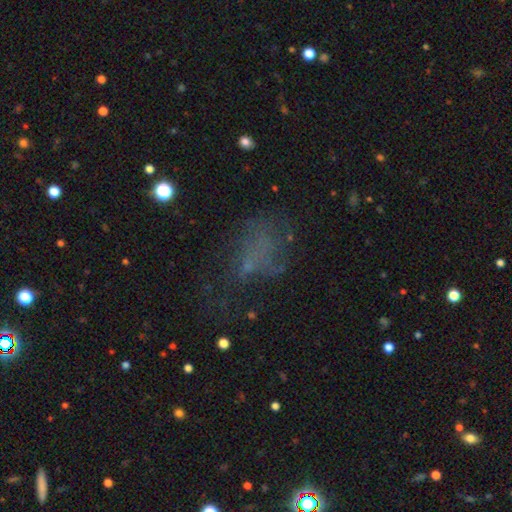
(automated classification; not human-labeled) This is marginally a smooth galaxy (40%). Merging: marginally none (38%).